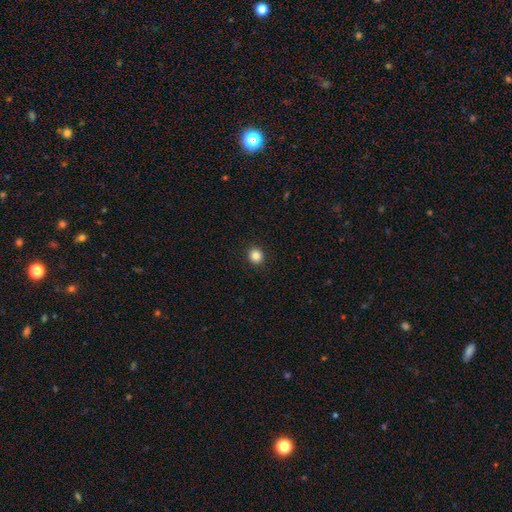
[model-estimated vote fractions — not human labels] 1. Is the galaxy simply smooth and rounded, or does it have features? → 85% smooth, 11% star or artifact, 4% featured or disk.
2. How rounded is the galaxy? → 87% round, 12% in between, 1% cigar-shaped.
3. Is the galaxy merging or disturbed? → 92% none, 5% minor disturbance, 2% major disturbance, 1% merger.